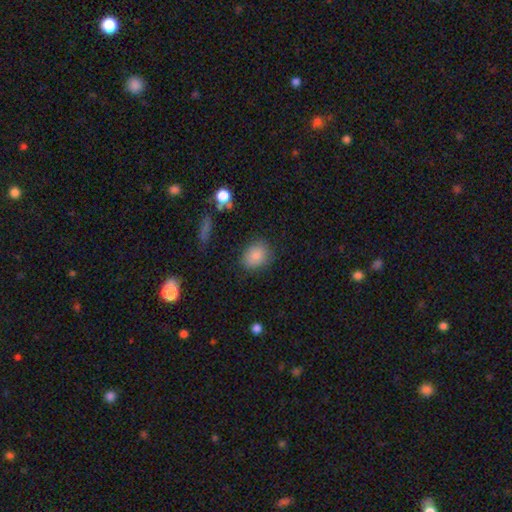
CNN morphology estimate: The model was most divided on "how rounded": round: 51%, in between: 47%, cigar-shaped: 1%. More confident: smooth or featured — smooth (84%); merging — none (80%).